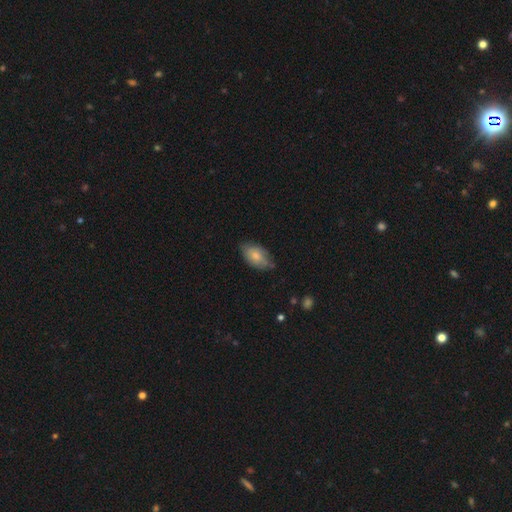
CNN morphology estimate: A smooth galaxy with no disk features (75%) that is in between round and cigar-shaped (92%). Merging: none (62%).